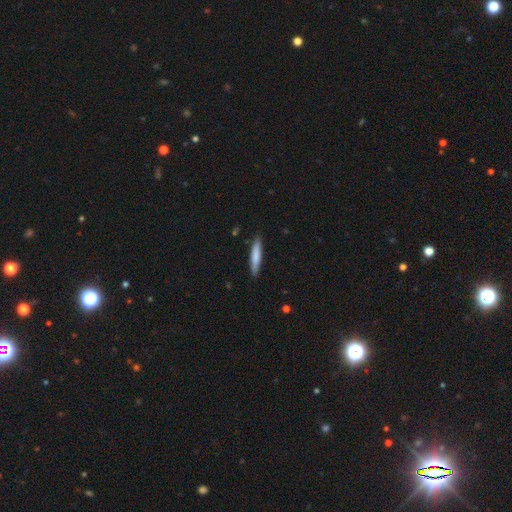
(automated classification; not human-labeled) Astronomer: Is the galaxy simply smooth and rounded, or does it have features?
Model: smooth — 76%.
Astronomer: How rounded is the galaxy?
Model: cigar-shaped — 90%.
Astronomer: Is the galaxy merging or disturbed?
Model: none — 88%.